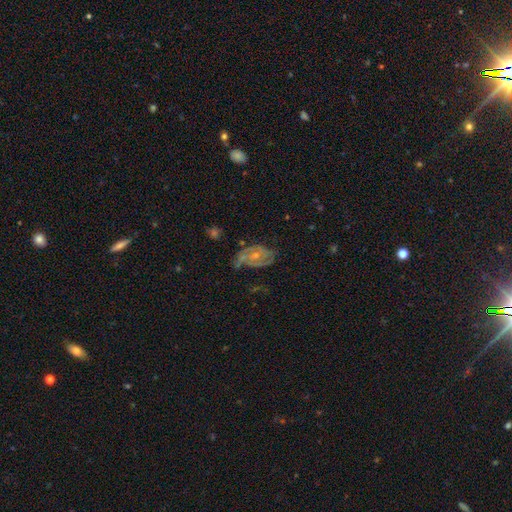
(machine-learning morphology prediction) This is likely a featured or disk galaxy (79%). It is clearly not viewed edge-on (97%). Bar: likely no (61%). Spiral arm pattern: clearly yes (90%). Spiral arm count: possibly 2 (50%). Spiral winding: marginally medium (43%). Central bulge: possibly small (57%). Merging: possibly none (56%).